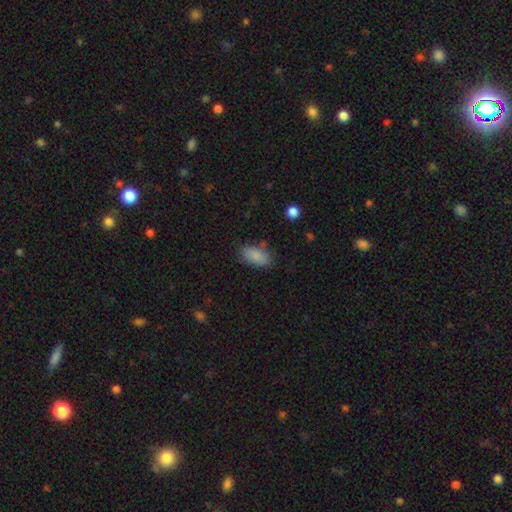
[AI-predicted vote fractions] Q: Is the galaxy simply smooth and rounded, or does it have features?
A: smooth — 87%.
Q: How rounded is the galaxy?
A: in between — 93%.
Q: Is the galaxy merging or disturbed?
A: none — 78%.